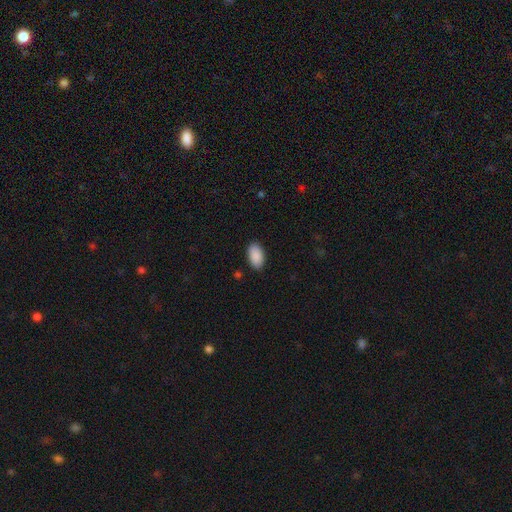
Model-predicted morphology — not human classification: The model was most divided on "merging": none: 88%, minor disturbance: 9%, major disturbance: 2%, merger: 1%. More confident: how rounded — in between (95%); smooth or featured — smooth (91%).